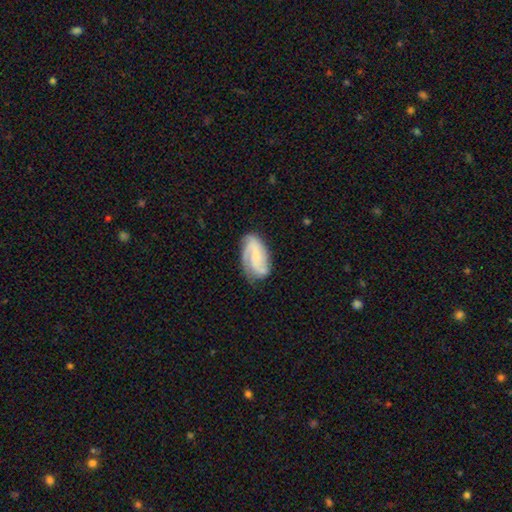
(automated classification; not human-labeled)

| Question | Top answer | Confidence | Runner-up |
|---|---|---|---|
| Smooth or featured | featured or disk | 74% | smooth (19%) |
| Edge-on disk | no | 96% | yes (4%) |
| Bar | no | 47% | weak (37%) |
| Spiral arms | yes | 95% | no (5%) |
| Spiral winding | medium | 42% | tight (40%) |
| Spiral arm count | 2 | 47% | 3 (24%) |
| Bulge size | small | 49% | none (28%) |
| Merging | none | 65% | minor disturbance (23%) |